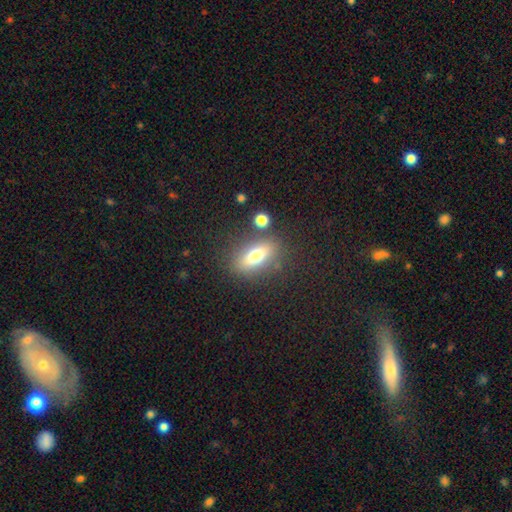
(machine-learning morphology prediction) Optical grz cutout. It shows a smooth galaxy with no disk features (65%) that is in between round and cigar-shaped (72%). Merging: none (78%).